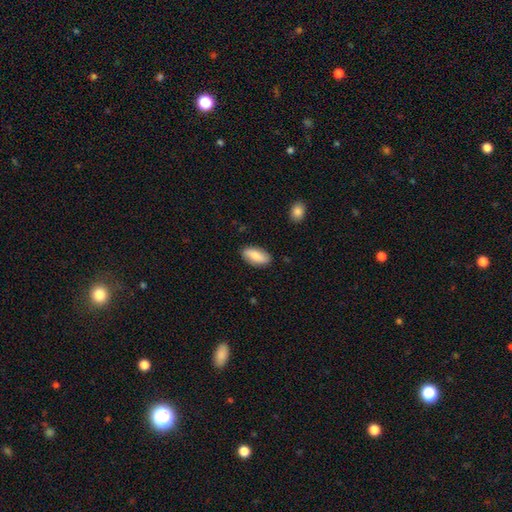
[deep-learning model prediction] The model was most divided on "smooth or featured": smooth: 76%, featured or disk: 18%, star or artifact: 6%. More confident: how rounded — in between (89%); merging — none (86%).